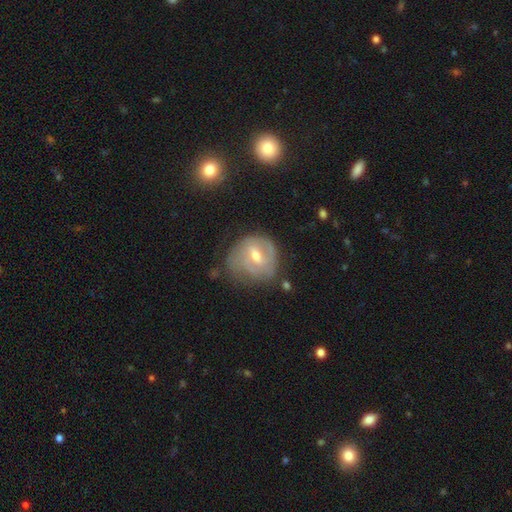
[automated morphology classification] Smooth or featured? featured or disk (72%)
Edge-on disk? no (97%)
Bar? weak (59%)
Spiral arms? yes (82%)
Spiral winding? tight (54%)
Spiral arm count? 2 (41%)
Bulge size? moderate (55%)
Merging? none (58%)